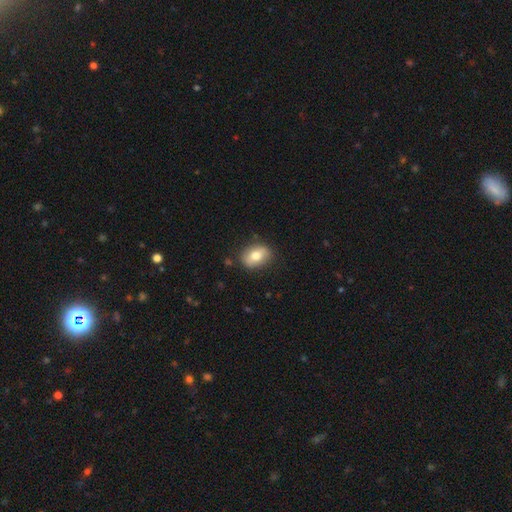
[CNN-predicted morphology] This appears to be a smooth galaxy with no disk features (71%) that is in between round and cigar-shaped (74%). Merging: none (83%).